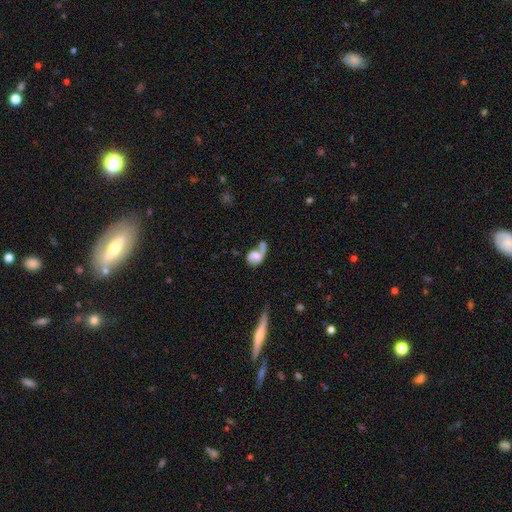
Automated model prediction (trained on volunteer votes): Smooth or featured?
  - featured or disk: 51% *
  - smooth: 39%
  - star or artifact: 10%
Edge-on disk?
  - no: 96% *
  - yes: 4%
Merging?
  - merger: 37% *
  - none: 24%
  - major disturbance: 23%
  - minor disturbance: 16%